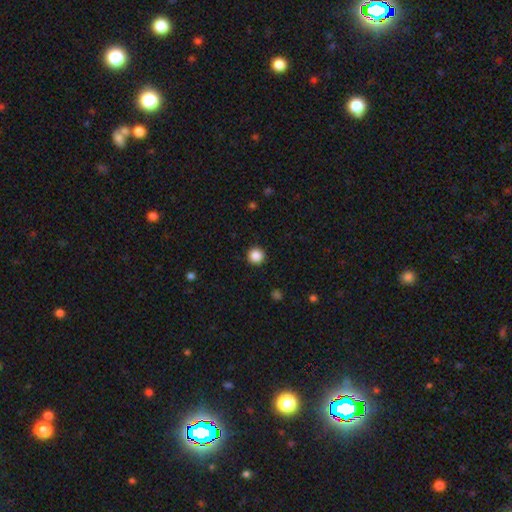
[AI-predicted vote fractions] Smooth or featured? smooth (87%)
How rounded? round (96%)
Merging? none (93%)